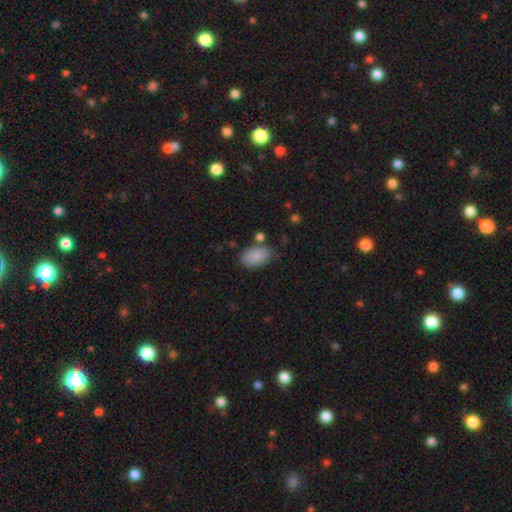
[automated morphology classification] A smooth galaxy with no disk features (88%) that is in between round and cigar-shaped (92%).

Vote fractions:
- Smooth or featured? smooth: 88% / star or artifact: 7% / featured or disk: 5%
- How rounded? in between: 92% / round: 6% / cigar-shaped: 1%
- Merging? none: 71% / minor disturbance: 16% / merger: 8% / major disturbance: 5%